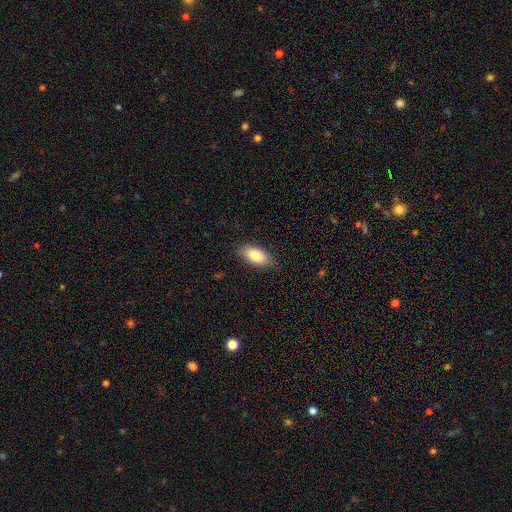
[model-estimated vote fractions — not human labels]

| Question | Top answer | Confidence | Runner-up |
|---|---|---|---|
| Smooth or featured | smooth | 84% | featured or disk (10%) |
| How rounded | in between | 88% | cigar-shaped (9%) |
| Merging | none | 84% | minor disturbance (12%) |